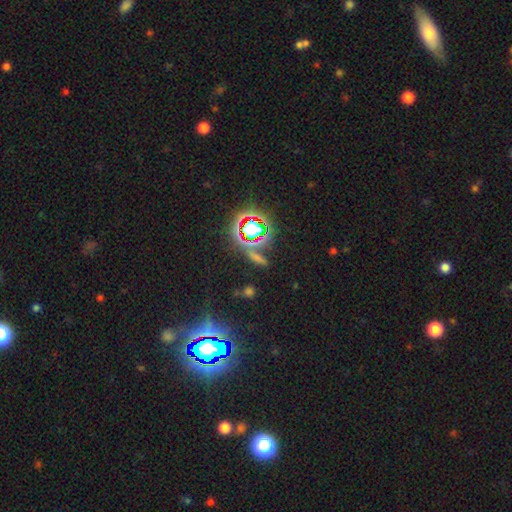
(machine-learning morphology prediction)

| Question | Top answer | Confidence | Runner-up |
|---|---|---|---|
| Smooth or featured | star or artifact | 72% | smooth (17%) |